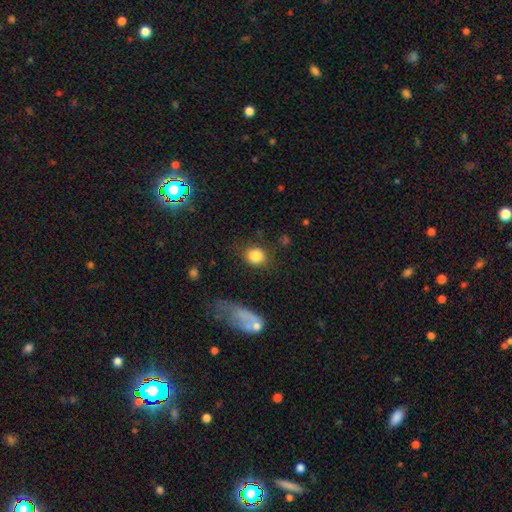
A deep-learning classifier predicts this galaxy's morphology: This is clearly a smooth galaxy (84%). How rounded: likely round (71%). Merging: likely none (78%).